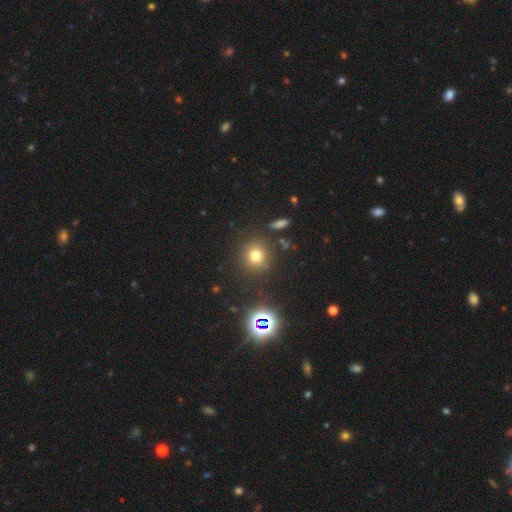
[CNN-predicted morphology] smooth-or-featured: smooth: 72% | star or artifact: 20% | featured or disk: 8%
  how-rounded: round: 91% | in between: 8% | cigar-shaped: 1%
  merging: none: 85% | minor disturbance: 8% | merger: 4% | major disturbance: 3%